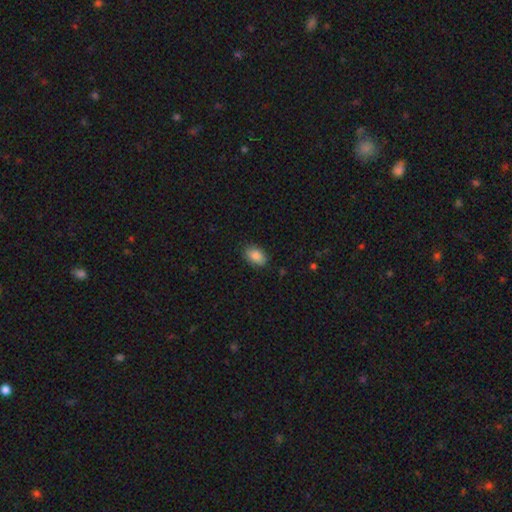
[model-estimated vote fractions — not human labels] A smooth galaxy with no disk features (87%) that is in between round and cigar-shaped (87%). Merging: none (84%).